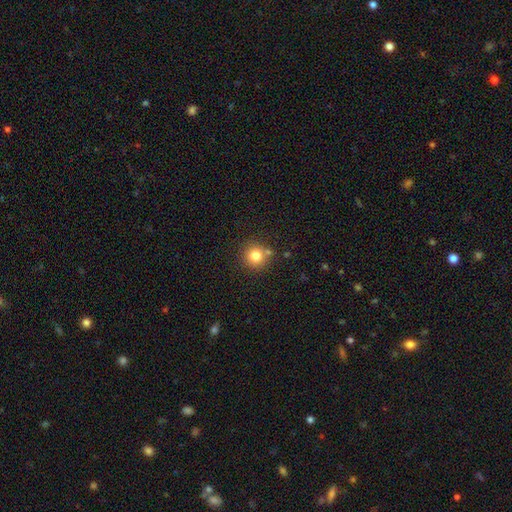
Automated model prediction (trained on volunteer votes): This is clearly a smooth galaxy (80%). How rounded: clearly round (94%). Merging: likely none (78%).